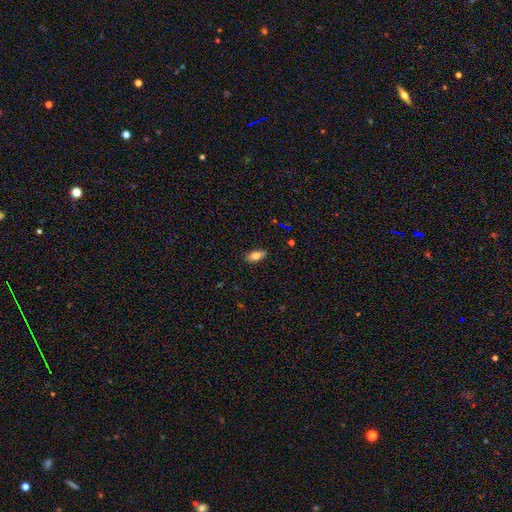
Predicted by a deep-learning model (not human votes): A smooth galaxy with no disk features (80%) that is in between round and cigar-shaped (85%). Merging: none (84%).